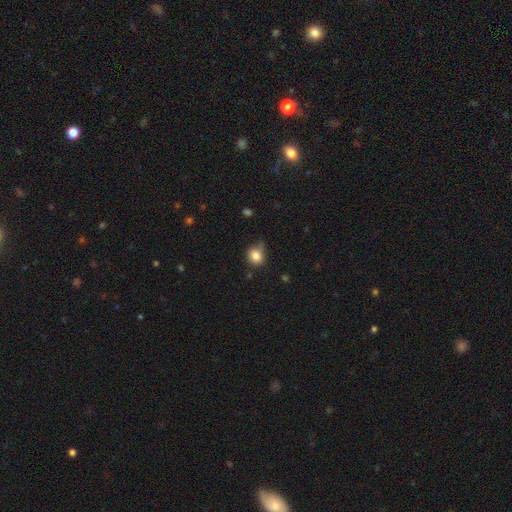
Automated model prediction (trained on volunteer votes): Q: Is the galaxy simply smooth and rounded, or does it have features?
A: smooth — 83%.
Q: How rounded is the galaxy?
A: round — 73%.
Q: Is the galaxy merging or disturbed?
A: none — 56%.